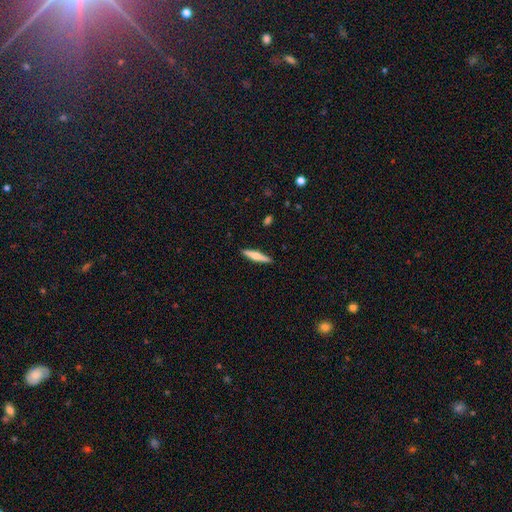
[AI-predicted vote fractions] smooth 55%, featured or disk 39%, star or artifact 6%. Down the decision tree: how rounded — cigar-shaped (89%); merging — none (90%).